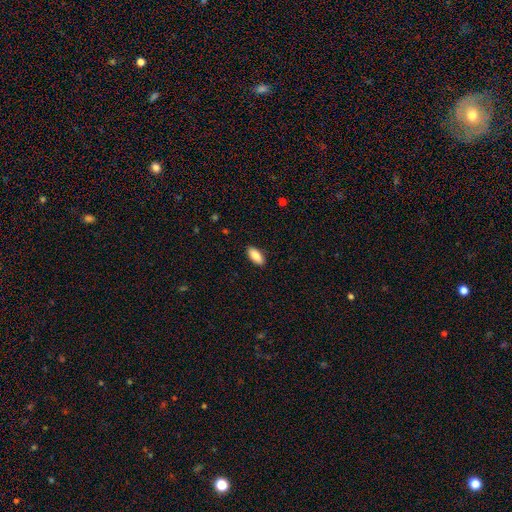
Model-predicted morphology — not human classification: Overall: smooth (86%). How rounded: in between (89%). Merging: none (90%).